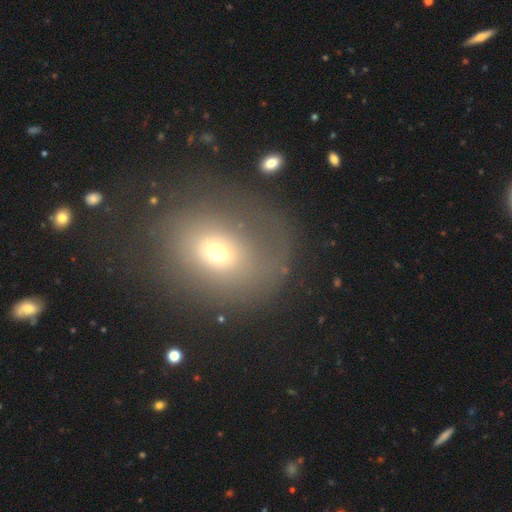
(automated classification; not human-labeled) Morphology: type=smooth (58%); roundness=round (65%); merging=none (63%).